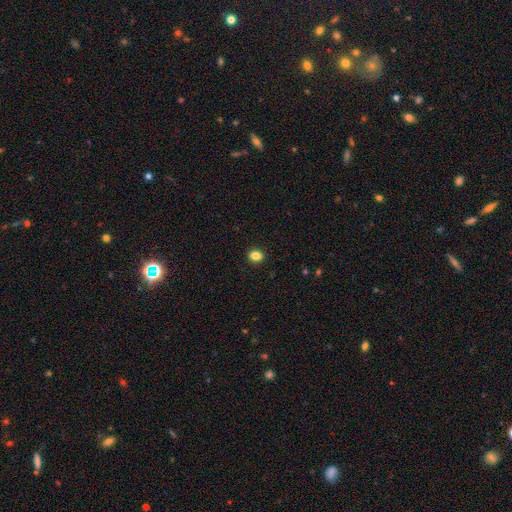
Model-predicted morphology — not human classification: Overall: smooth (85%). How rounded: round (59%; in between 40%). Merging: none (92%).